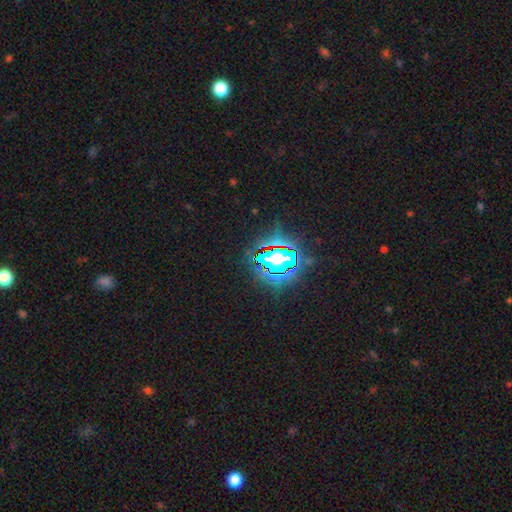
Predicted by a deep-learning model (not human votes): smooth_or_featured: star or artifact (p=0.81) [alt: smooth p=0.12]